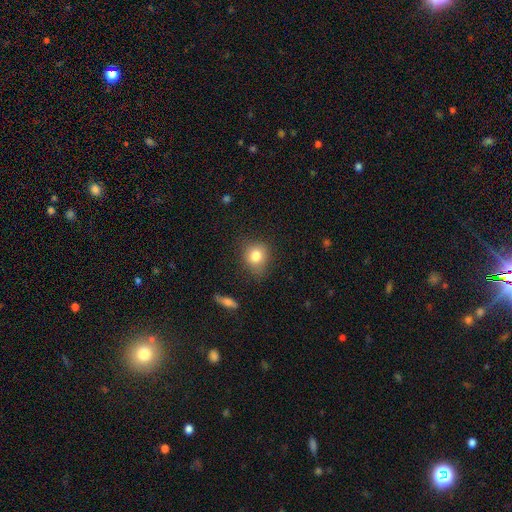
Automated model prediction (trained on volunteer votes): Smooth or featured? smooth (80%)
How rounded? round (72%)
Merging? none (70%)